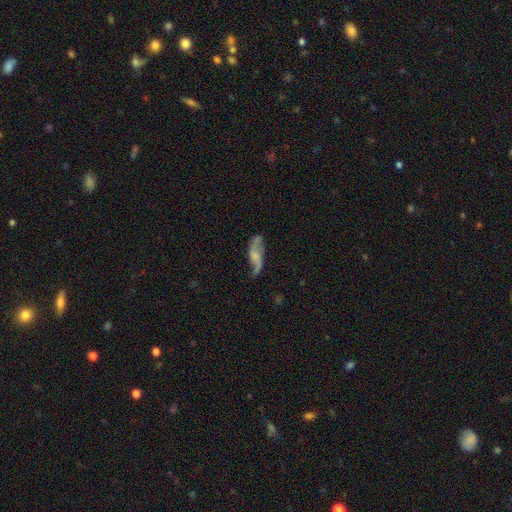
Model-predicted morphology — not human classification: Smooth or featured? featured or disk (70%)
Edge-on disk? no (90%)
Bar? no (58%)
Spiral arms? yes (89%)
Spiral winding? loose (85%)
Spiral arm count? 2 (89%)
Bulge size? small (39%)
Merging? none (58%)